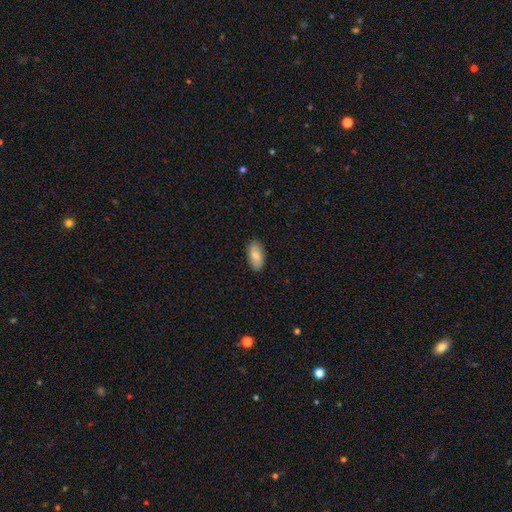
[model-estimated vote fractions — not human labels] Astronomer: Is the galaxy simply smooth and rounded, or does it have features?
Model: smooth — 79%.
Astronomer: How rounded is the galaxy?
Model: in between — 93%.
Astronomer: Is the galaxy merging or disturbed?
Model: none — 87%.